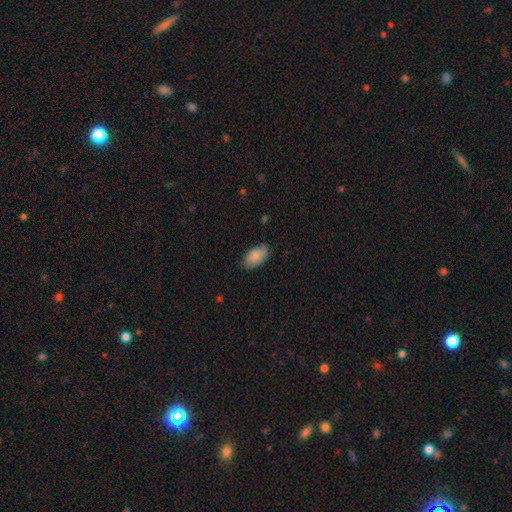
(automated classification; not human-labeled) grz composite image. It shows a smooth galaxy with no disk features (85%) that is in between round and cigar-shaped (95%). Merging: none (77%).